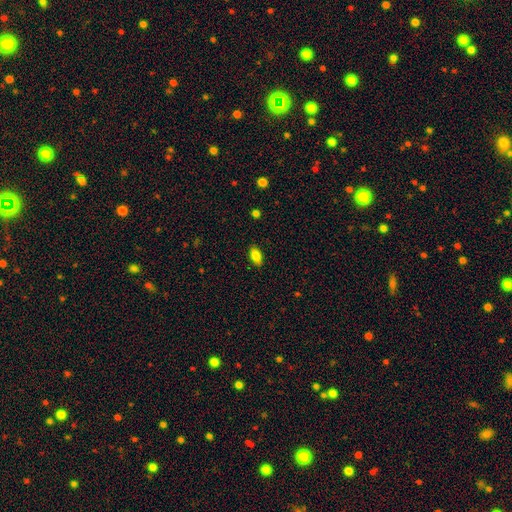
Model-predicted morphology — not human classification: A smooth galaxy with no disk features (85%) that is in between round and cigar-shaped (90%).

Vote fractions:
- Smooth or featured? smooth: 85% / star or artifact: 8% / featured or disk: 7%
- How rounded? in between: 90% / cigar-shaped: 5% / round: 5%
- Merging? none: 87% / minor disturbance: 10% / major disturbance: 2% / merger: 1%